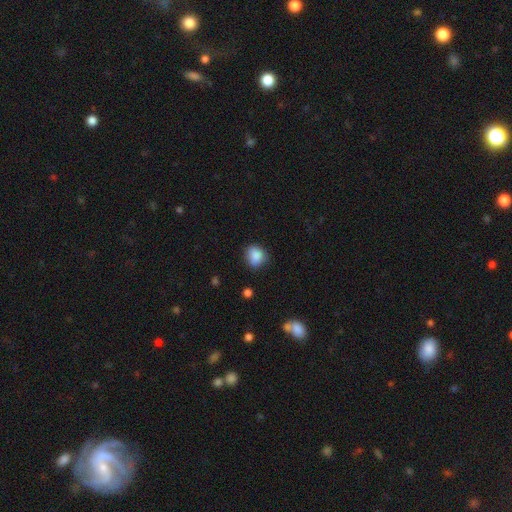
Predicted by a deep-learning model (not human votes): Smooth or featured? Predicted: smooth (p=0.86). How rounded? Predicted: round (p=0.69). Merging? Predicted: none (p=0.76).